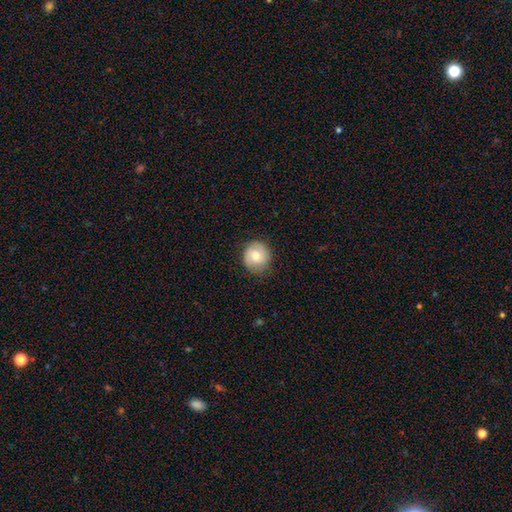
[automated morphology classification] A smooth galaxy with no disk features (64%) that is round (86%). Merging: none (80%).